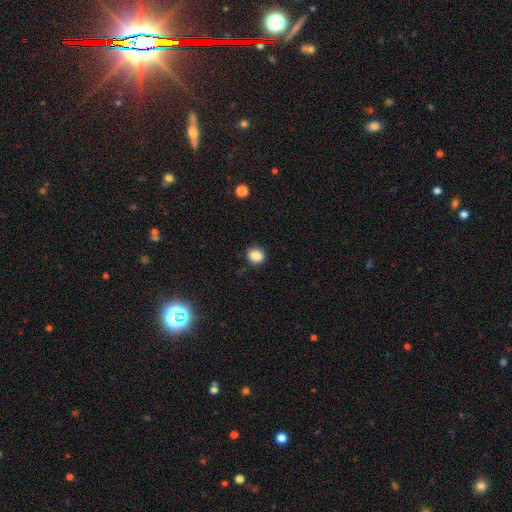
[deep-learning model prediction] Smooth or featured? smooth (86%)
How rounded? round (72%)
Merging? none (88%)